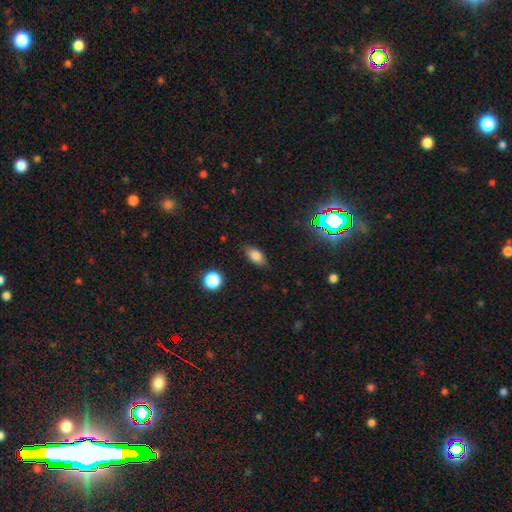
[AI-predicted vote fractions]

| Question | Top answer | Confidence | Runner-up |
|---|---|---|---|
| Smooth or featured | smooth | 79% | star or artifact (12%) |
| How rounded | in between | 86% | round (7%) |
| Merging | none | 84% | minor disturbance (11%) |